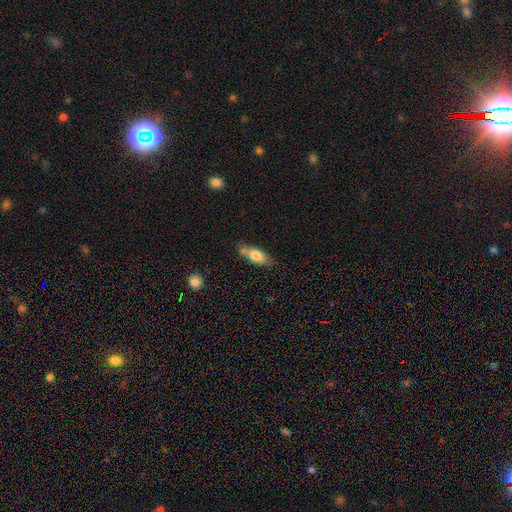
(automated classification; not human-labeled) smooth-or-featured: smooth: 72% | featured or disk: 21% | star or artifact: 7%
  how-rounded: in between: 72% | cigar-shaped: 25% | round: 3%
  merging: none: 64% | minor disturbance: 22% | merger: 10% | major disturbance: 5%